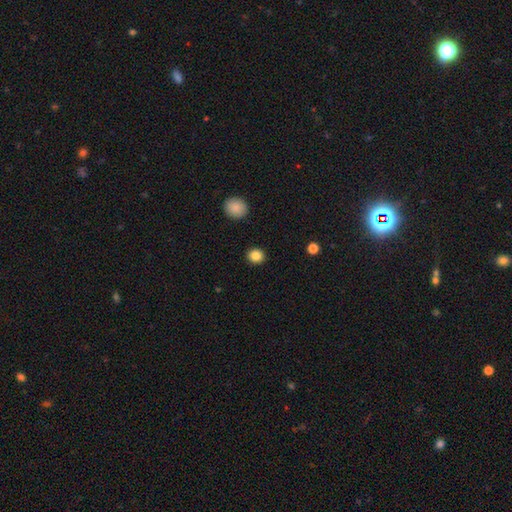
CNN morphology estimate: type=smooth (85%); roundness=round (84%); merging=none (92%).